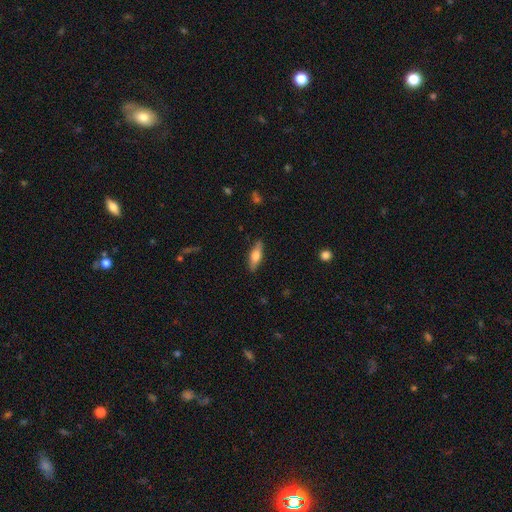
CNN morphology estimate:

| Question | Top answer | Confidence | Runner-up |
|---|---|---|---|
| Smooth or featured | smooth | 59% | featured or disk (34%) |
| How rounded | in between | 53% | cigar-shaped (45%) |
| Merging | none | 87% | minor disturbance (10%) |